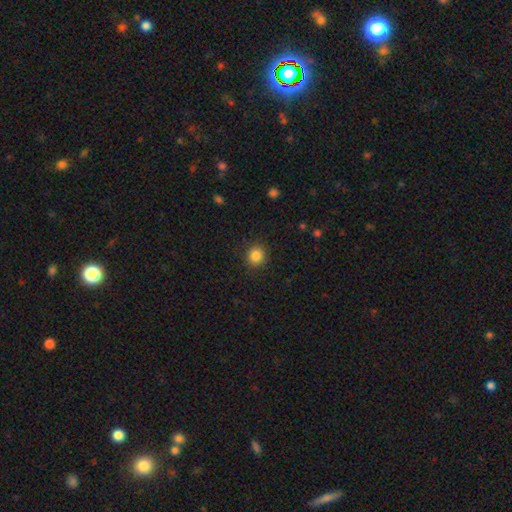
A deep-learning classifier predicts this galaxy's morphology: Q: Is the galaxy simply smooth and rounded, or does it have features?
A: smooth — 85%.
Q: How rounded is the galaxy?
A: round — 89%.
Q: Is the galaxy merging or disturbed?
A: none — 90%.